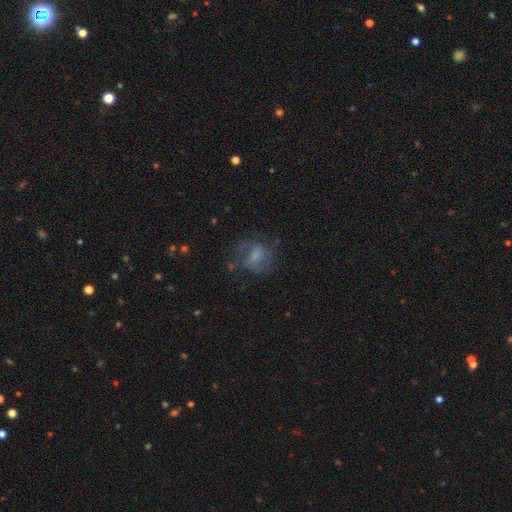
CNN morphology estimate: type=smooth (49%); merging=none (50%).